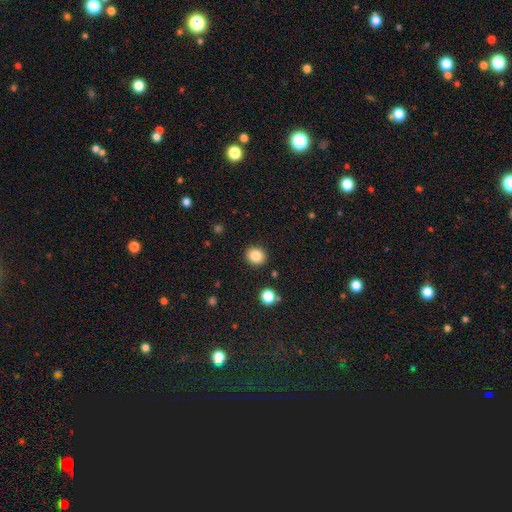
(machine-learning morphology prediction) This is clearly a smooth galaxy (86%). How rounded: clearly round (82%). Merging: clearly none (90%).